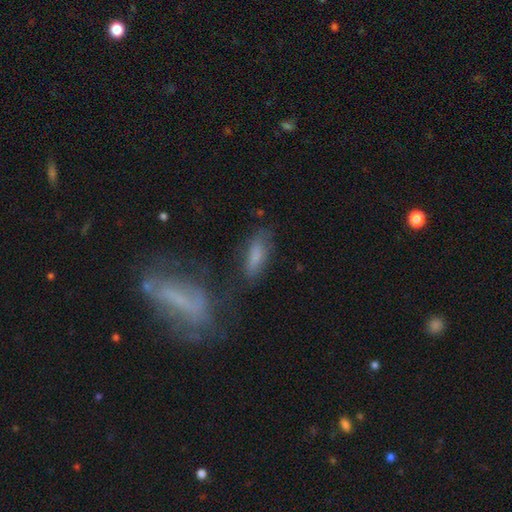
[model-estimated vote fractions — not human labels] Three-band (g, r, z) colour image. It shows a smooth galaxy with no disk features (72%) that is in between round and cigar-shaped (54%). Merging: none (61%).